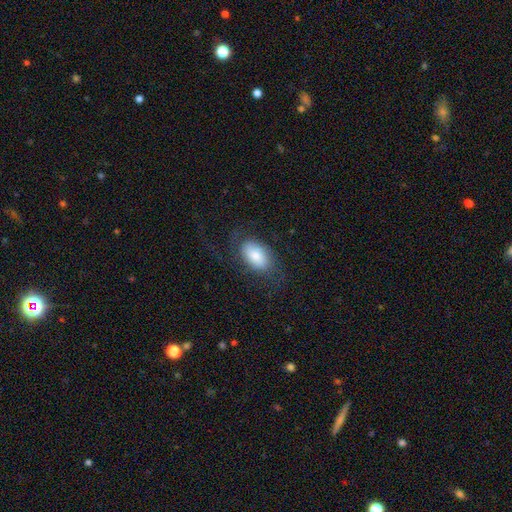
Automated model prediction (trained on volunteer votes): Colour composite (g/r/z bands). It shows a smooth galaxy with no disk features (62%) that is in between round and cigar-shaped (92%). Merging: none (62%).